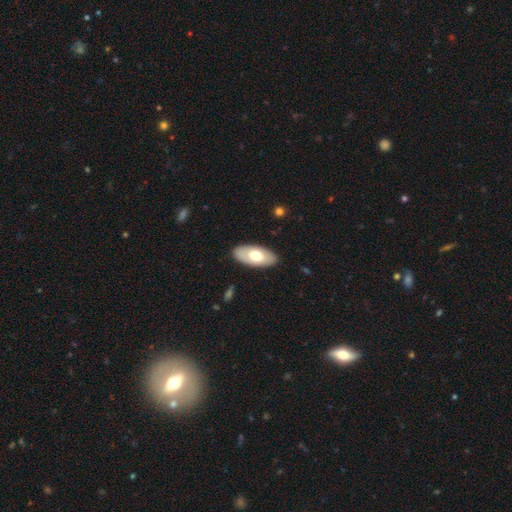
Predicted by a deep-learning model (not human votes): Smooth or featured? Predicted: smooth (p=0.62). How rounded? Predicted: in between (p=0.93). Merging? Predicted: none (p=0.88).